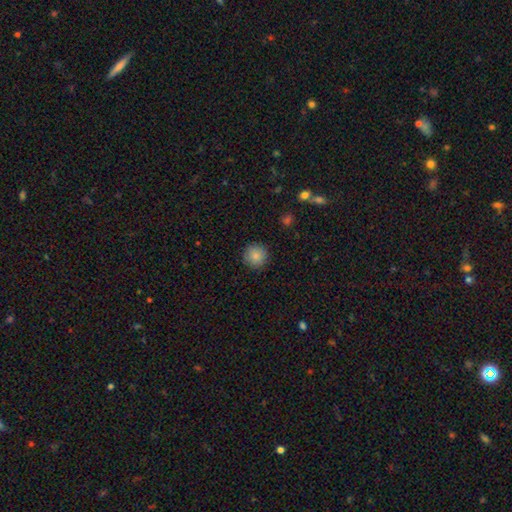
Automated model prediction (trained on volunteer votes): smooth_or_featured: smooth (p=0.86) [alt: star or artifact p=0.09]
how_rounded: round (p=0.95) [alt: in between p=0.04]
merging: none (p=0.90) [alt: minor disturbance p=0.07]